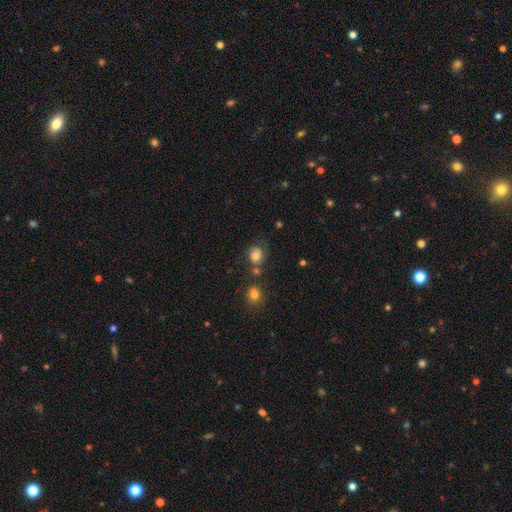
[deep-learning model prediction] A smooth galaxy with no disk features (68%) that is round (72%). Merging: none (50%).